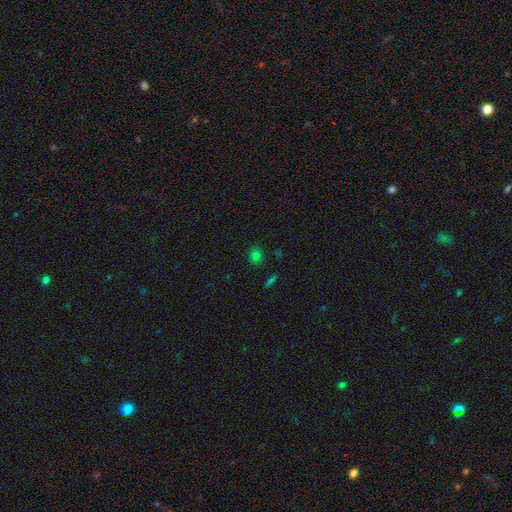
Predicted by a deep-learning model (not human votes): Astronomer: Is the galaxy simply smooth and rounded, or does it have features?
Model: smooth — 75%.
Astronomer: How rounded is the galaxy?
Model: round — 71%.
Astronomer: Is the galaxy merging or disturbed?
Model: none — 84%.